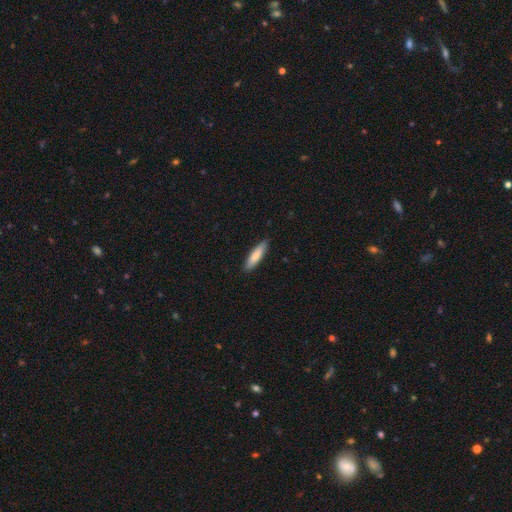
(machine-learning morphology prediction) The model was most divided on "how rounded": cigar-shaped: 70%, in between: 28%, round: 1%. More confident: merging — none (87%); smooth or featured — smooth (82%).